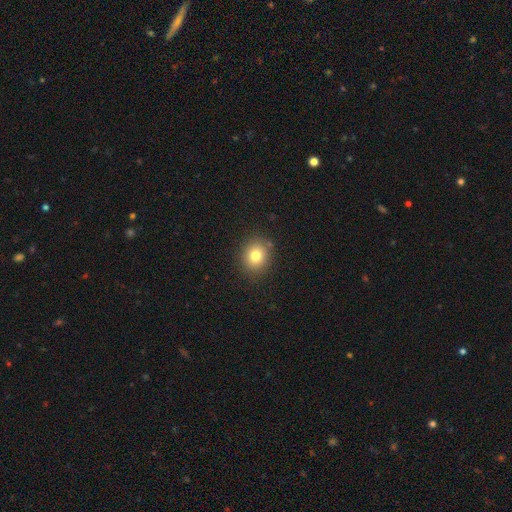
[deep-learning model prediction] smooth_or_featured: smooth (p=0.79) [alt: star or artifact p=0.12]
how_rounded: round (p=0.73) [alt: in between p=0.26]
merging: none (p=0.86) [alt: minor disturbance p=0.09]